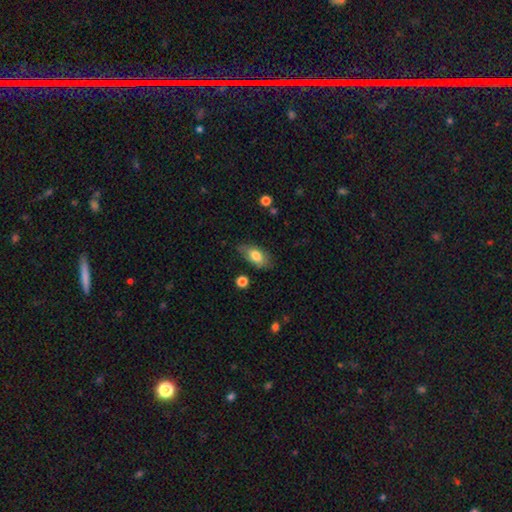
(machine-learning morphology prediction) This appears to be a smooth galaxy with no disk features (75%) that is in between round and cigar-shaped (89%). Merging: none (72%).